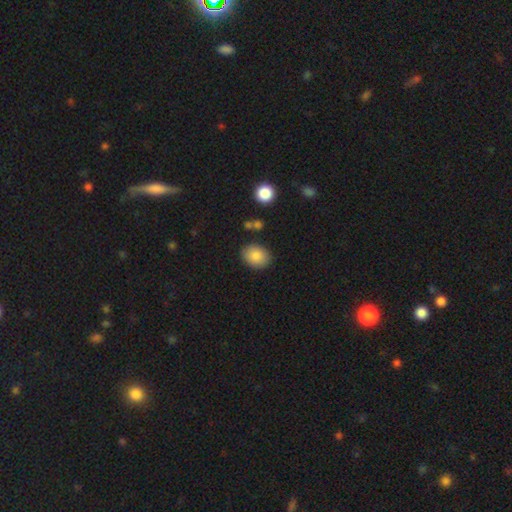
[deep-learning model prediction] A smooth galaxy with no disk features (85%) that is in between round and cigar-shaped (64%). Merging: none (83%).